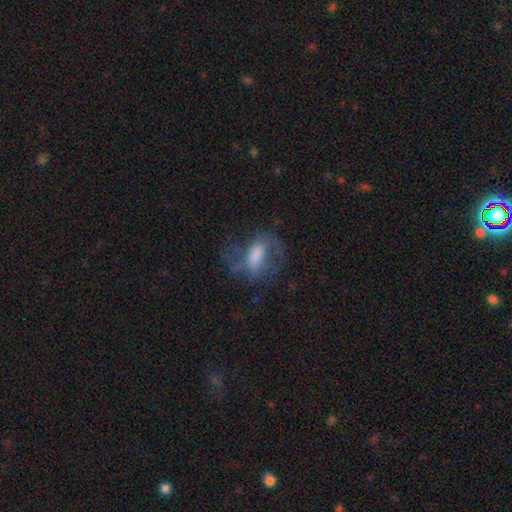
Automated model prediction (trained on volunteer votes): This is possibly a featured or disk galaxy (56%). It is clearly not viewed edge-on (94%). Bar: marginally weak (40%). Spiral arm pattern: likely yes (68%). Central bulge: marginally moderate (33%). Merging: possibly none (49%).